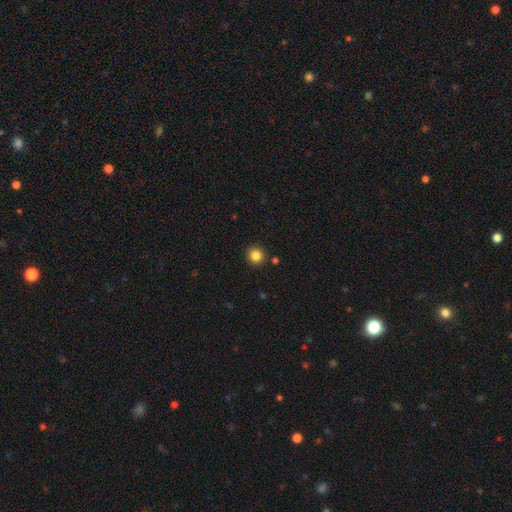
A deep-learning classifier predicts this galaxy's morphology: smooth 84%, star or artifact 11%, featured or disk 5%. Down the decision tree: how rounded — round (92%); merging — none (91%).